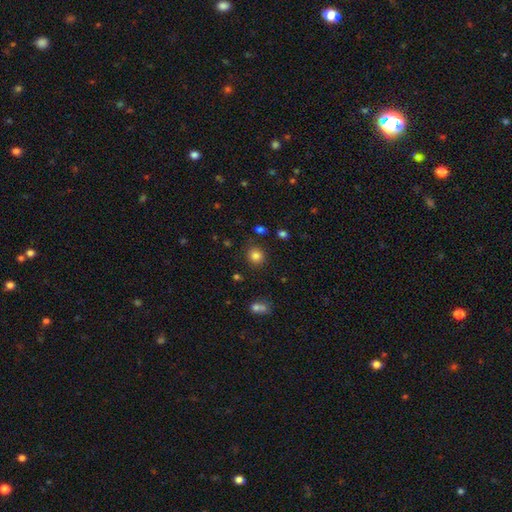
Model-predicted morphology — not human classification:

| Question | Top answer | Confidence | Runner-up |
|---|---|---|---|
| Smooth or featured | smooth | 82% | star or artifact (13%) |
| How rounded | round | 88% | in between (11%) |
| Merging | none | 85% | minor disturbance (9%) |